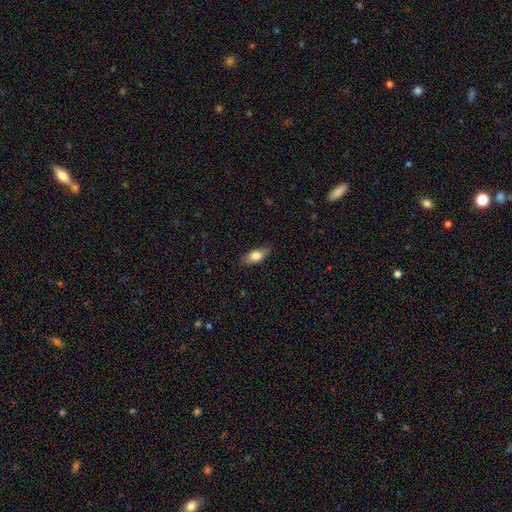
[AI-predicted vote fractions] smooth_or_featured: smooth (p=0.76) [alt: featured or disk p=0.17]
how_rounded: in between (p=0.82) [alt: cigar-shaped p=0.14]
merging: none (p=0.81) [alt: minor disturbance p=0.15]